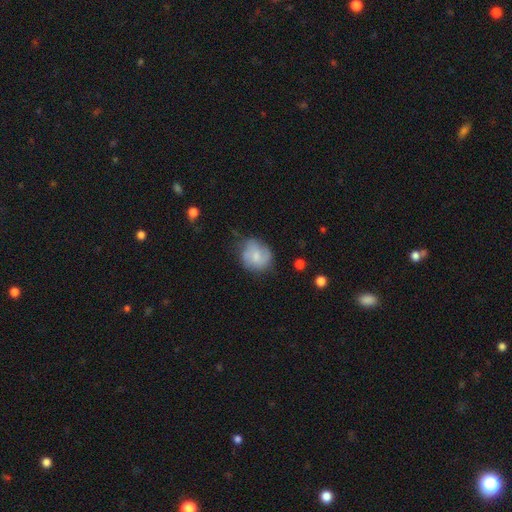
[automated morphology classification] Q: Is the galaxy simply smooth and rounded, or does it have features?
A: smooth — 57%.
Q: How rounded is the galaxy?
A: round — 78%.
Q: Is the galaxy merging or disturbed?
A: none — 61%.